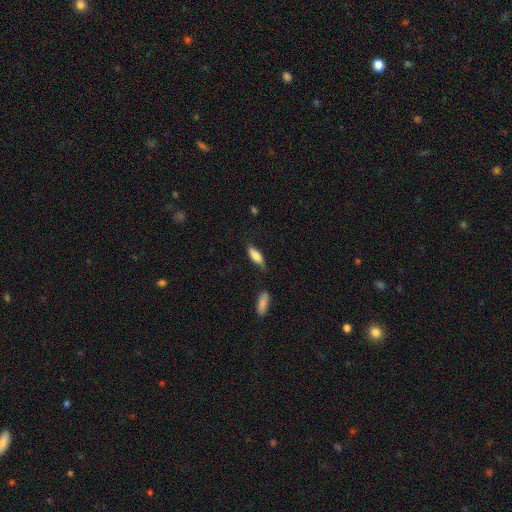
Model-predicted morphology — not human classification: Overall: smooth (79%). How rounded: in between (58%; cigar-shaped 40%). Merging: none (60%; minor disturbance 27%).